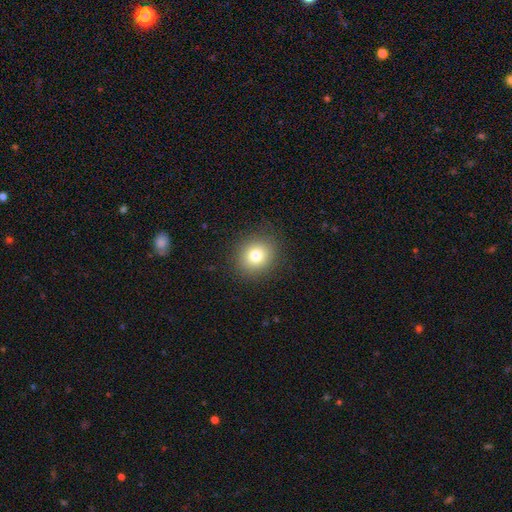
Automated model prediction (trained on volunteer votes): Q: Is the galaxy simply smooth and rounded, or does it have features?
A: smooth — 78%.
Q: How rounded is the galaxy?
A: round — 79%.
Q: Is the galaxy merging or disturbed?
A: none — 89%.